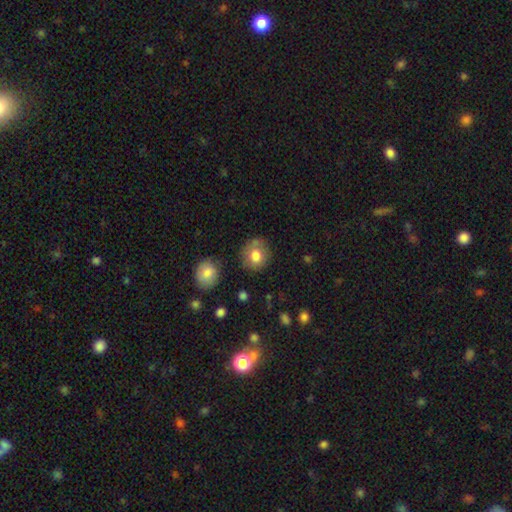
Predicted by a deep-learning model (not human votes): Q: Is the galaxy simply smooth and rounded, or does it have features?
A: smooth — 78%.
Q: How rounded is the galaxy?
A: round — 84%.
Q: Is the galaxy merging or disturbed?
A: none — 75%.